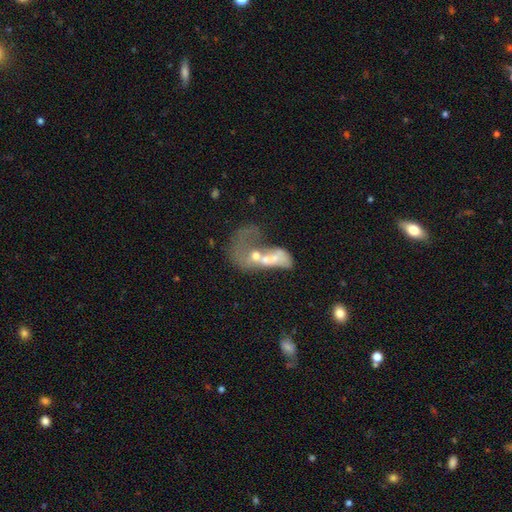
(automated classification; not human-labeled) This is possibly a featured or disk galaxy (49%). Merging: possibly merger (53%).